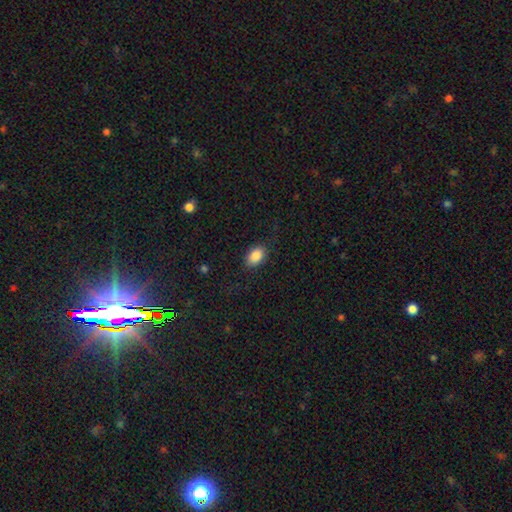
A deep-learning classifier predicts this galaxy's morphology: Overall: smooth (87%). How rounded: in between (86%). Merging: none (84%).